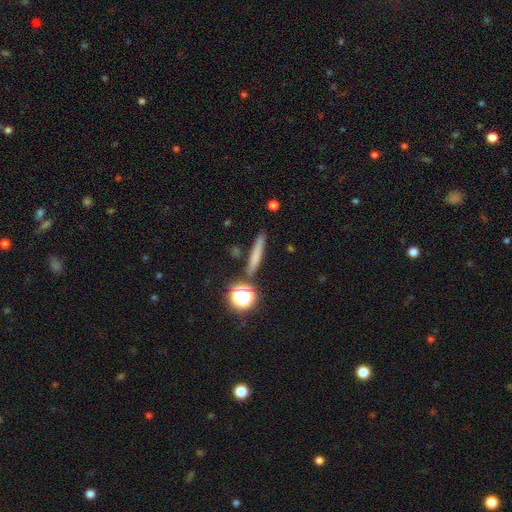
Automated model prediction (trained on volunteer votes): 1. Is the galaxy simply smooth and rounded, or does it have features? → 65% smooth, 22% featured or disk, 13% star or artifact.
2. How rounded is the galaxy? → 83% cigar-shaped, 10% round, 8% in between.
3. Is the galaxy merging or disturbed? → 84% none, 9% minor disturbance, 4% merger, 3% major disturbance.